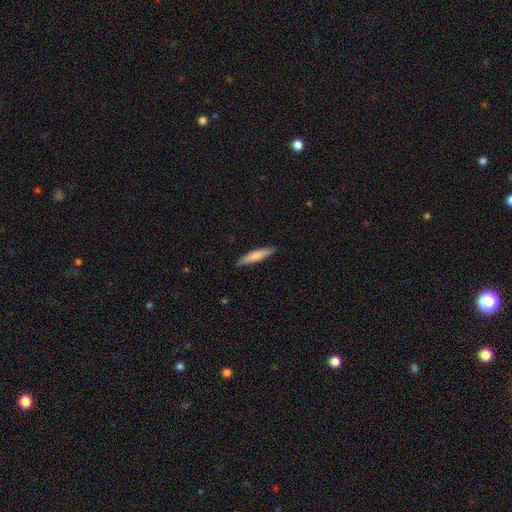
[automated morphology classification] Smooth or featured?
  - smooth: 72% *
  - featured or disk: 23%
  - star or artifact: 5%
How rounded?
  - cigar-shaped: 89% *
  - in between: 10%
  - round: 1%
Merging?
  - none: 89% *
  - minor disturbance: 8%
  - major disturbance: 2%
  - merger: 1%